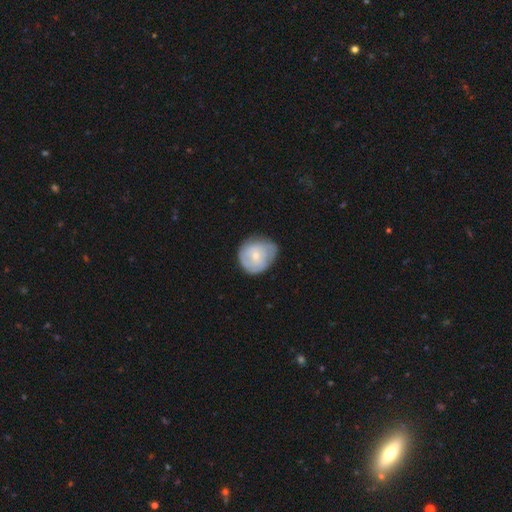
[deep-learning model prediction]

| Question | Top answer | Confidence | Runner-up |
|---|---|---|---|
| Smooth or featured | featured or disk | 47% | smooth (46%) |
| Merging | none | 55% | minor disturbance (33%) |